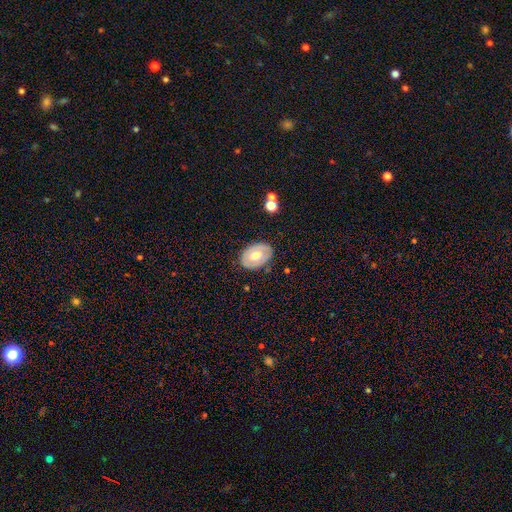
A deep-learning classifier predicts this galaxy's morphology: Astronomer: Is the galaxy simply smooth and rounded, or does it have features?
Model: smooth — 52% (runner-up: featured or disk, 42%).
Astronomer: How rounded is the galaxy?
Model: in between — 80%.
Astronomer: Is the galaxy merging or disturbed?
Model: none — 83%.